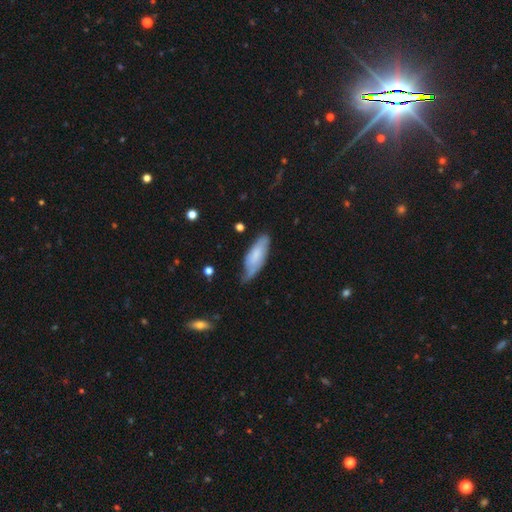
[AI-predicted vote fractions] smooth 60%, featured or disk 33%, star or artifact 7%. Down the decision tree: how rounded — in between (69%); merging — none (49%).